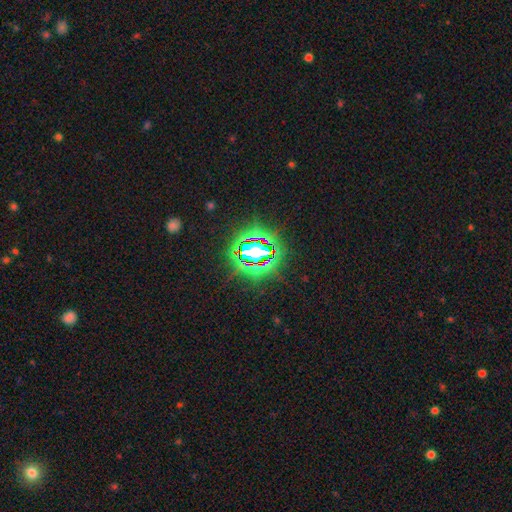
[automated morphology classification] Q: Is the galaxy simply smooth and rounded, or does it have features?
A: star or artifact — 81%.